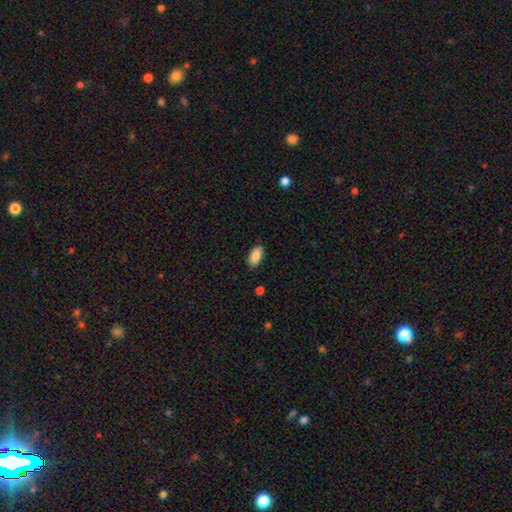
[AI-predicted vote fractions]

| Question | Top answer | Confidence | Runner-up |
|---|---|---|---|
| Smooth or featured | smooth | 87% | star or artifact (7%) |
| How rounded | in between | 92% | cigar-shaped (5%) |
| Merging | none | 86% | minor disturbance (11%) |